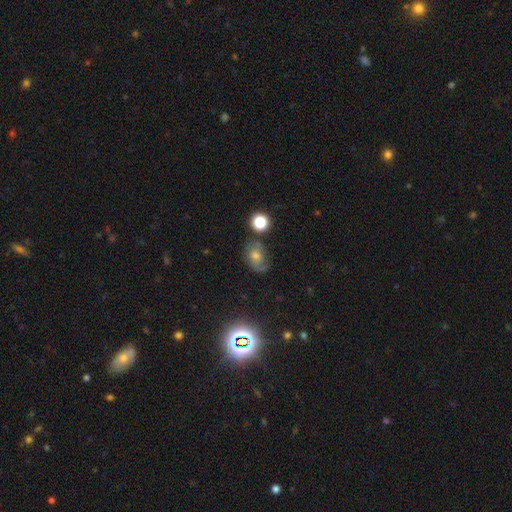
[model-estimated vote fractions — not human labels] smooth_or_featured: smooth (p=0.40) [alt: featured or disk p=0.36]
merging: none (p=0.54) [alt: minor disturbance p=0.27]